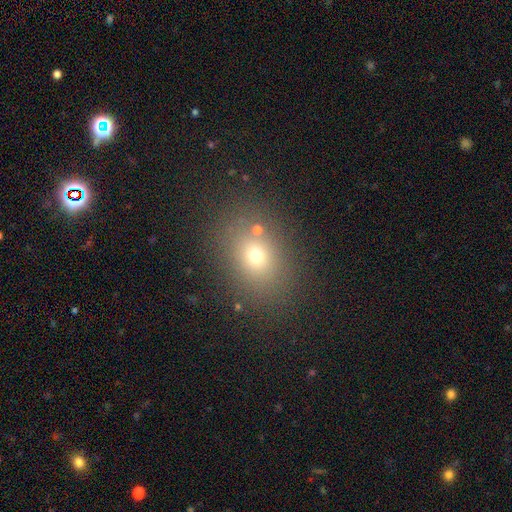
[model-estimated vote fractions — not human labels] Smooth or featured?
  - smooth: 67% *
  - star or artifact: 20%
  - featured or disk: 13%
How rounded?
  - in between: 55% *
  - round: 44%
  - cigar-shaped: 1%
Merging?
  - none: 80% *
  - minor disturbance: 10%
  - merger: 6%
  - major disturbance: 5%